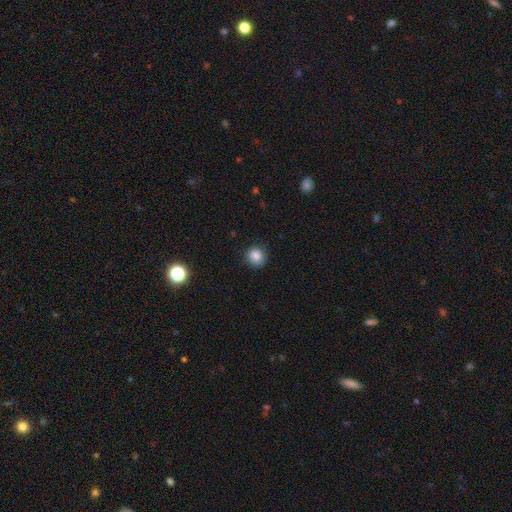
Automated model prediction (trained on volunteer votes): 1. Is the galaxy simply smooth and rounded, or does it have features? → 85% smooth, 11% star or artifact, 4% featured or disk.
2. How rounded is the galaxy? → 89% round, 10% in between, 1% cigar-shaped.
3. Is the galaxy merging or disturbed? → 87% none, 9% minor disturbance, 2% major disturbance, 1% merger.